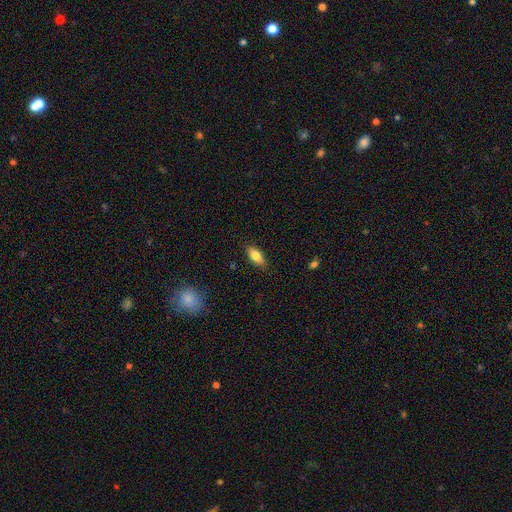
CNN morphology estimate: smooth 80%, featured or disk 13%, star or artifact 7%. Down the decision tree: how rounded — in between (85%); merging — none (87%).